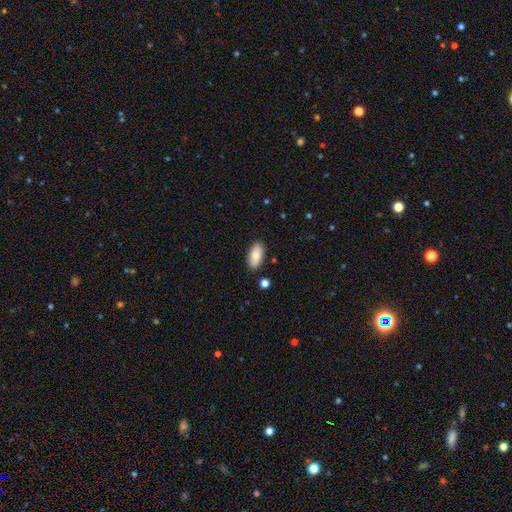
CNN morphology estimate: Q: Smooth or featured?
A: smooth (81%); runner-up: featured or disk (12%)
Q: How rounded?
A: in between (89%); runner-up: cigar-shaped (8%)
Q: Merging?
A: none (86%); runner-up: minor disturbance (10%)